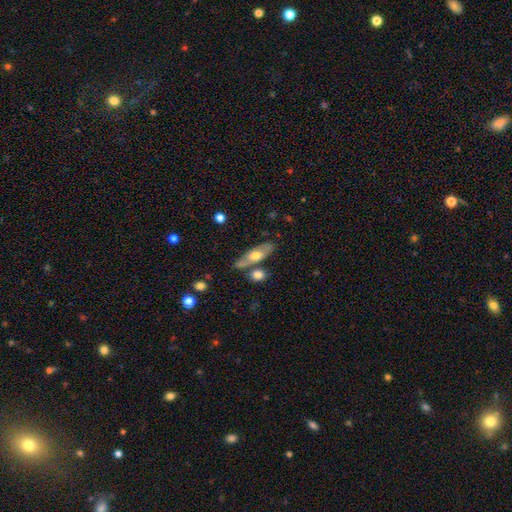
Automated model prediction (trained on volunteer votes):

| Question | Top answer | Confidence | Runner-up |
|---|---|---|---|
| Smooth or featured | smooth | 50% | featured or disk (44%) |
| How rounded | in between | 60% | cigar-shaped (35%) |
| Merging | none | 66% | minor disturbance (15%) |